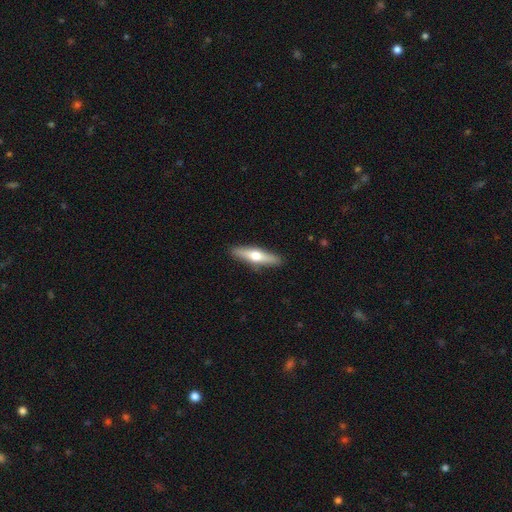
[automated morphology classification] A featured or disk galaxy (48%). Merging: none (90%).